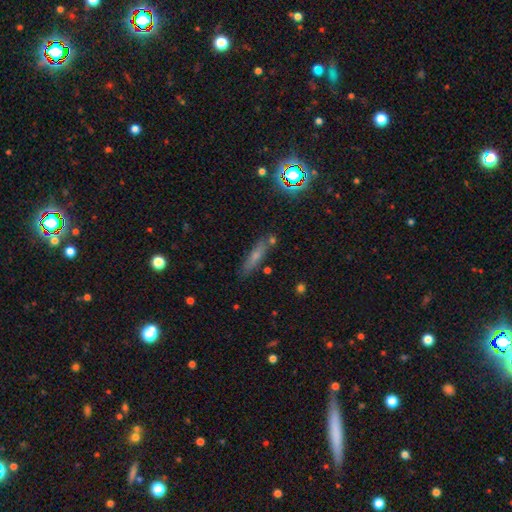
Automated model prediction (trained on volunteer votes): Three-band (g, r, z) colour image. It shows a smooth galaxy with no disk features (56%) that is cigar-shaped (79%). Merging: none (76%).